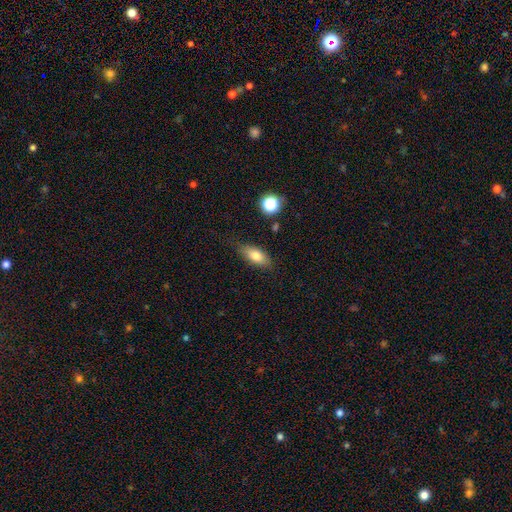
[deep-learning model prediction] Morphology: type=smooth (76%); roundness=in between (78%); merging=none (76%).